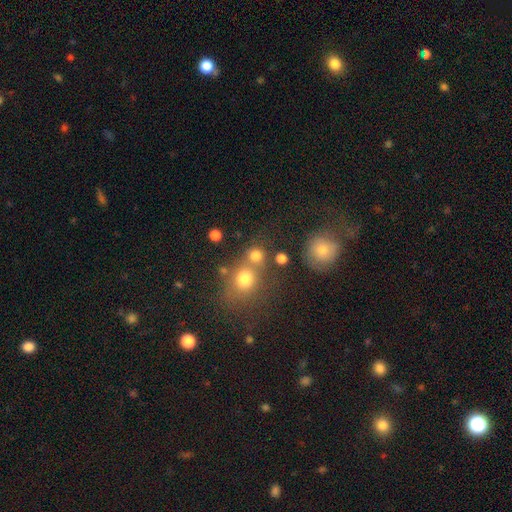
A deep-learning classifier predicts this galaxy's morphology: smooth-or-featured: smooth: 77% | star or artifact: 15% | featured or disk: 8%
  how-rounded: round: 84% | in between: 15% | cigar-shaped: 1%
  merging: none: 55% | merger: 32% | minor disturbance: 8% | major disturbance: 5%